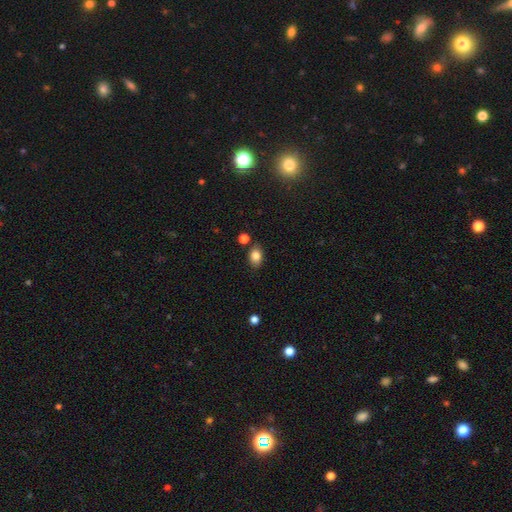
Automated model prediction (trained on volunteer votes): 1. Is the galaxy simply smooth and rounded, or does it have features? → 82% smooth, 10% star or artifact, 8% featured or disk.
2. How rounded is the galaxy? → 77% in between, 21% round, 1% cigar-shaped.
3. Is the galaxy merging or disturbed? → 80% none, 12% minor disturbance, 6% merger, 3% major disturbance.